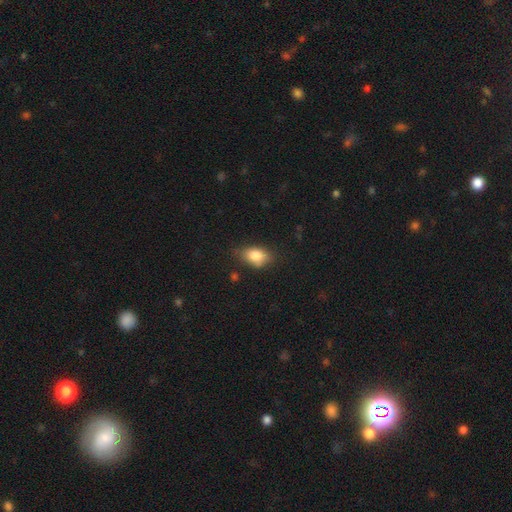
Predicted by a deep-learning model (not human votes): The model was most divided on "merging": none: 68%, minor disturbance: 24%, major disturbance: 5%, merger: 2%. More confident: how rounded — in between (84%); smooth or featured — smooth (83%).